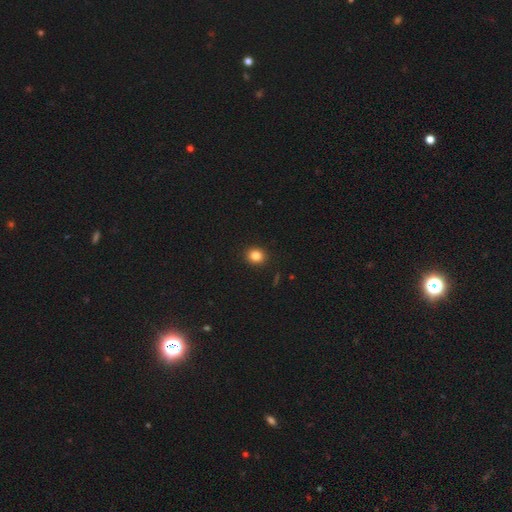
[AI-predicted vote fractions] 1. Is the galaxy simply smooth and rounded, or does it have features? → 84% smooth, 11% star or artifact, 5% featured or disk.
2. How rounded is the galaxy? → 75% round, 24% in between, 1% cigar-shaped.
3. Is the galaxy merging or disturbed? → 92% none, 5% minor disturbance, 2% major disturbance, 1% merger.